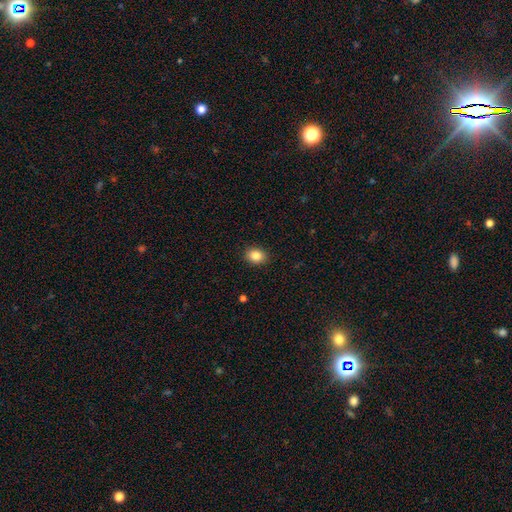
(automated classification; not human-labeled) Overall: smooth (86%). How rounded: in between (61%; round 38%). Merging: none (90%).